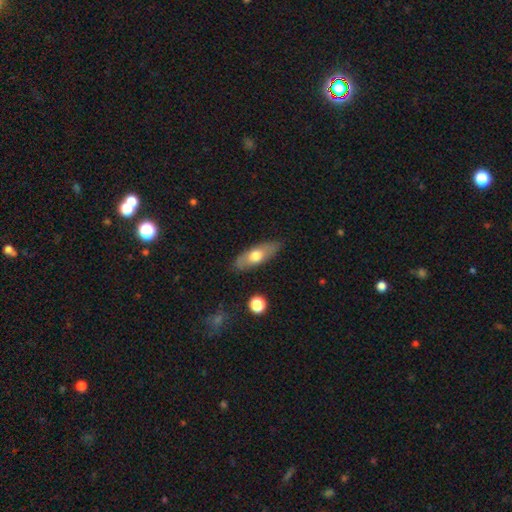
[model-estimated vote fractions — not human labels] This is possibly a smooth galaxy (59%). How rounded: likely in between (66%). Merging: clearly none (83%).